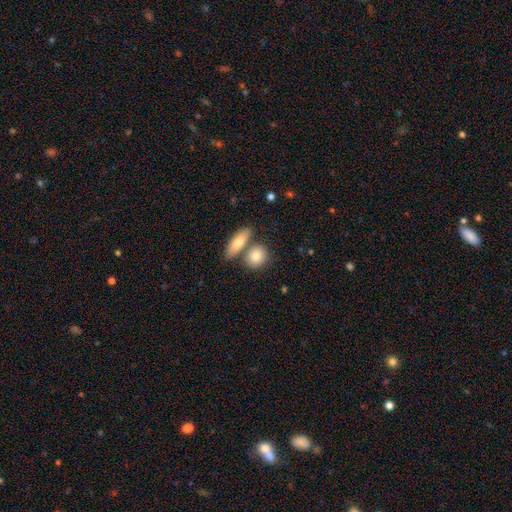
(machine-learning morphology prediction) This appears to be a smooth galaxy with no disk features (79%) that is round (50%). Merging: none (56%).